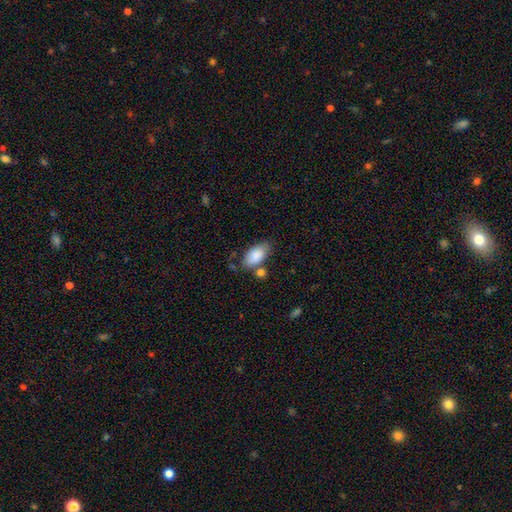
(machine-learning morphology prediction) type=smooth (85%); roundness=in between (93%); merging=none (62%).